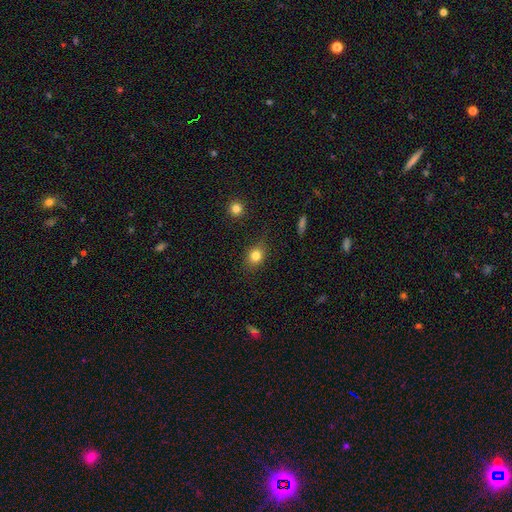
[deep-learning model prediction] This appears to be a smooth galaxy with no disk features (81%) that is round (62%). Merging: none (81%).